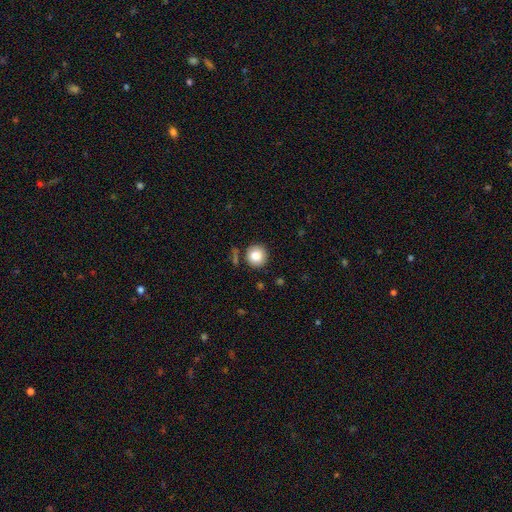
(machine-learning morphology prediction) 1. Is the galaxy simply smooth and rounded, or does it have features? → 84% smooth, 9% star or artifact, 7% featured or disk.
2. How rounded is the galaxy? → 93% round, 6% in between, 1% cigar-shaped.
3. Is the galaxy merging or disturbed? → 85% none, 9% minor disturbance, 4% merger, 3% major disturbance.